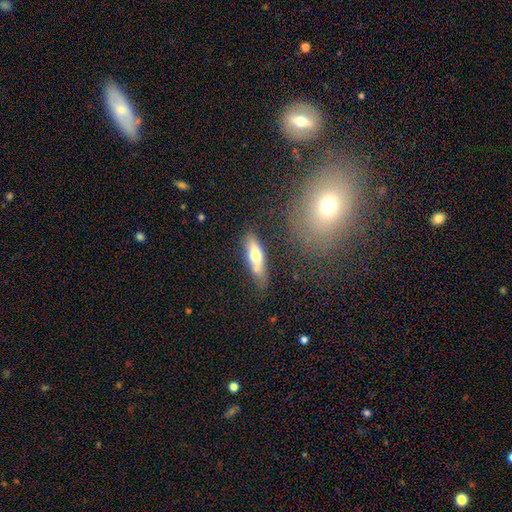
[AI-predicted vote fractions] Morphology: type=smooth (60%); roundness=cigar-shaped (56%); merging=none (75%).